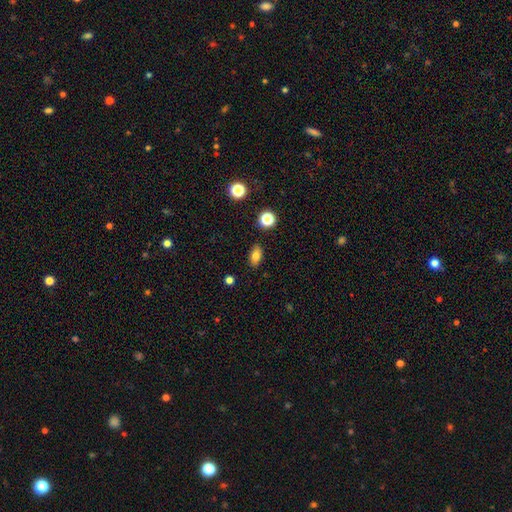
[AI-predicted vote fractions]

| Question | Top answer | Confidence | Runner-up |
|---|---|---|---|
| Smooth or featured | smooth | 80% | star or artifact (11%) |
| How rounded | in between | 86% | round (10%) |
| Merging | none | 87% | minor disturbance (9%) |